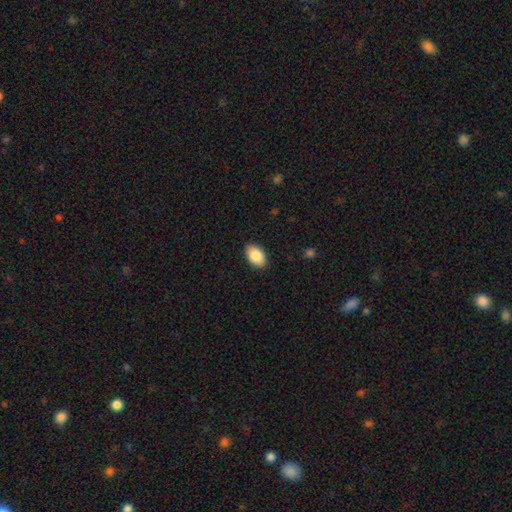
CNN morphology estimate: Smooth or featured?
  - smooth: 87% *
  - featured or disk: 7%
  - star or artifact: 7%
How rounded?
  - in between: 93% *
  - round: 6%
  - cigar-shaped: 1%
Merging?
  - none: 89% *
  - minor disturbance: 8%
  - major disturbance: 2%
  - merger: 1%